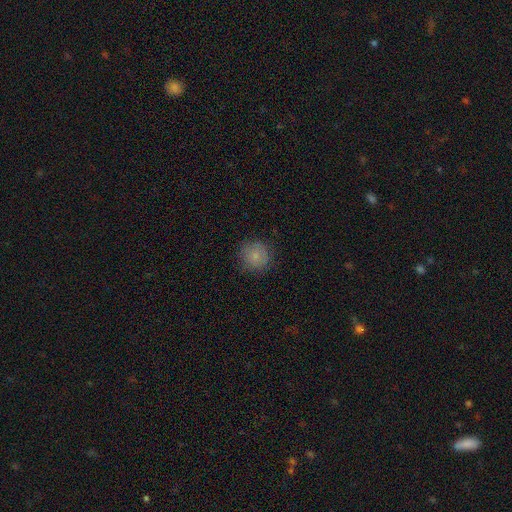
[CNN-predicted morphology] smooth-or-featured: smooth: 82% | star or artifact: 9% | featured or disk: 9%
  how-rounded: round: 91% | in between: 8% | cigar-shaped: 1%
  merging: none: 80% | minor disturbance: 15% | major disturbance: 4% | merger: 1%